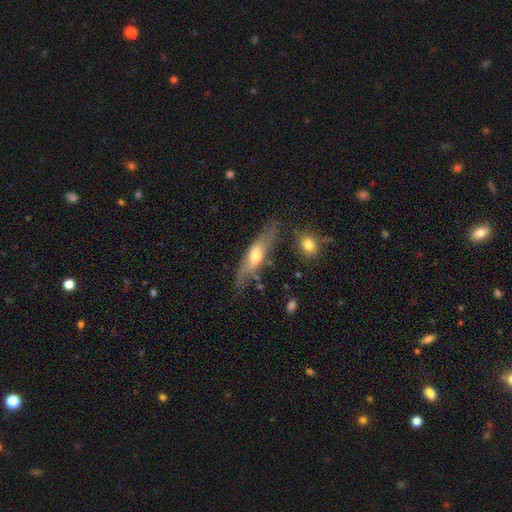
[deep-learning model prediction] Q: Smooth or featured?
A: featured or disk (54%); runner-up: smooth (40%)
Q: Edge-on disk?
A: yes (67%); runner-up: no (33%)
Q: Merging?
A: none (61%); runner-up: minor disturbance (24%)